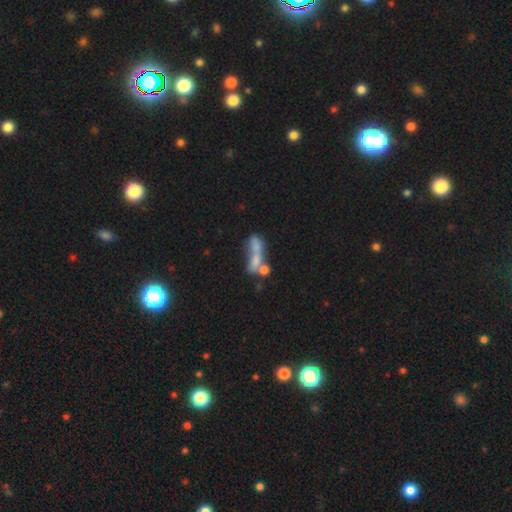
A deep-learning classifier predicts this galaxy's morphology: smooth-or-featured: smooth: 49% | featured or disk: 36% | star or artifact: 15%
  merging: merger: 55% | none: 20% | major disturbance: 15% | minor disturbance: 10%